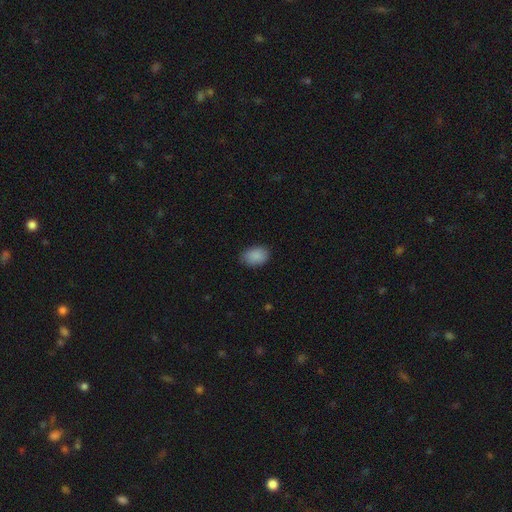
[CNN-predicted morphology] Q: Smooth or featured?
A: smooth (89%); runner-up: star or artifact (7%)
Q: How rounded?
A: in between (84%); runner-up: round (15%)
Q: Merging?
A: none (83%); runner-up: minor disturbance (14%)